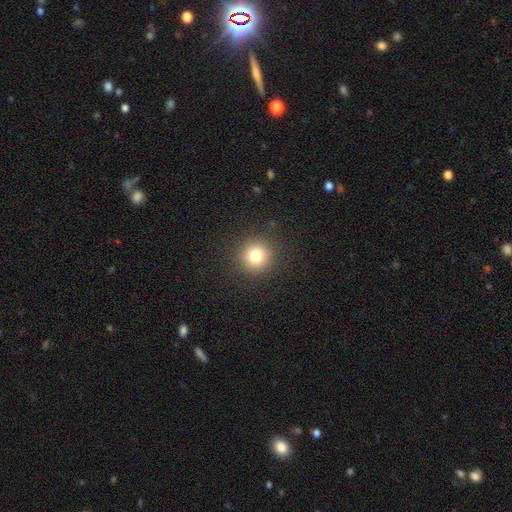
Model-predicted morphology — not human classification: Smooth or featured: smooth — 79% (star or artifact — 13%)
How rounded: round — 94% (in between — 5%)
Merging: none — 91% (minor disturbance — 6%)